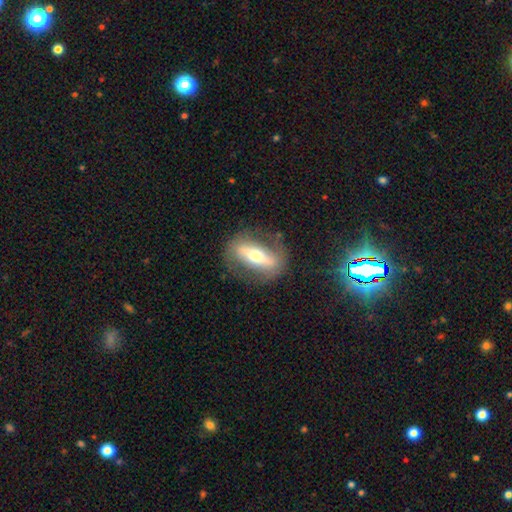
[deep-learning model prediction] Smooth or featured? featured or disk (62%)
Edge-on disk? no (60%)
Merging? none (79%)